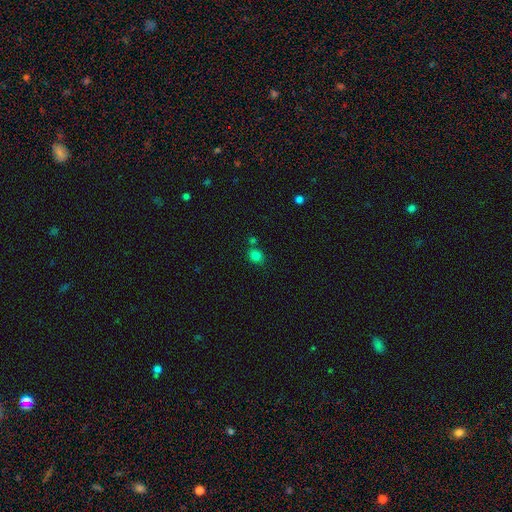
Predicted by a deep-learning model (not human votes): Smooth or featured?
  - smooth: 80% *
  - star or artifact: 15%
  - featured or disk: 5%
How rounded?
  - round: 69% *
  - in between: 30%
  - cigar-shaped: 1%
Merging?
  - none: 72% *
  - merger: 15%
  - minor disturbance: 11%
  - major disturbance: 3%